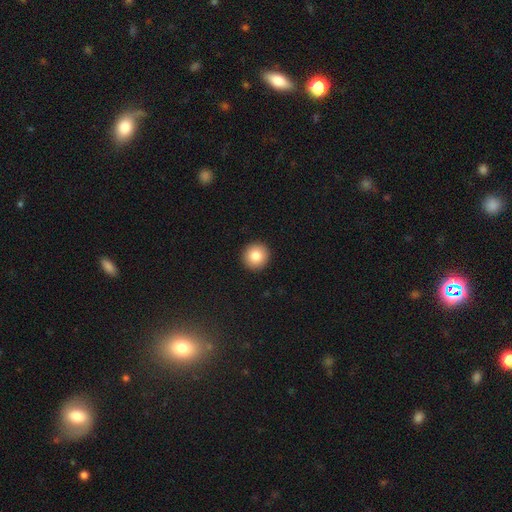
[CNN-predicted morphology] smooth 83%, star or artifact 9%, featured or disk 8%. Down the decision tree: how rounded — round (95%); merging — none (93%).